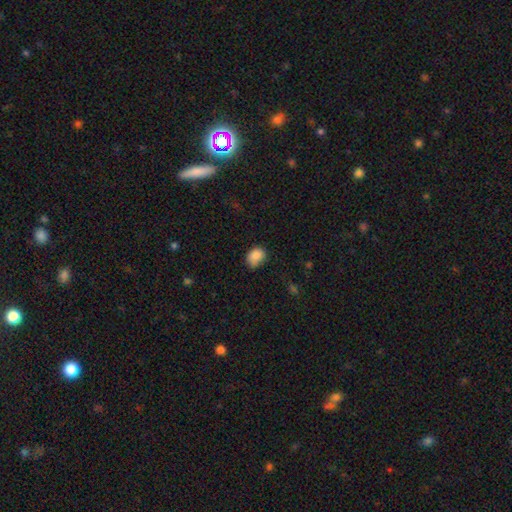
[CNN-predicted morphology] Smooth or featured? smooth (86%)
How rounded? in between (59%)
Merging? none (63%)